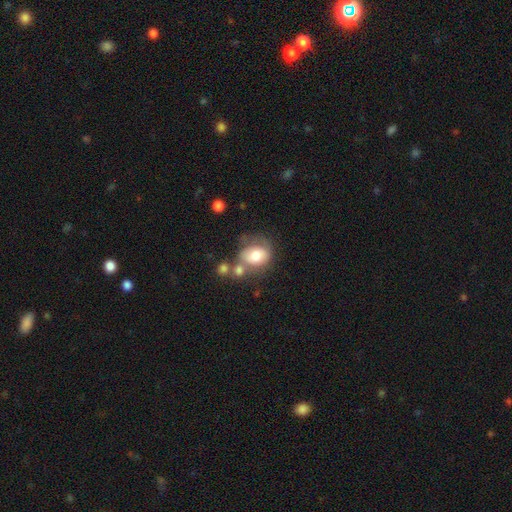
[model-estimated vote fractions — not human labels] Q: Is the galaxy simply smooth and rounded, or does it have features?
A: smooth — 68%.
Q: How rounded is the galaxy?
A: round — 52%.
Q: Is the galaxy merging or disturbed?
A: none — 36%.